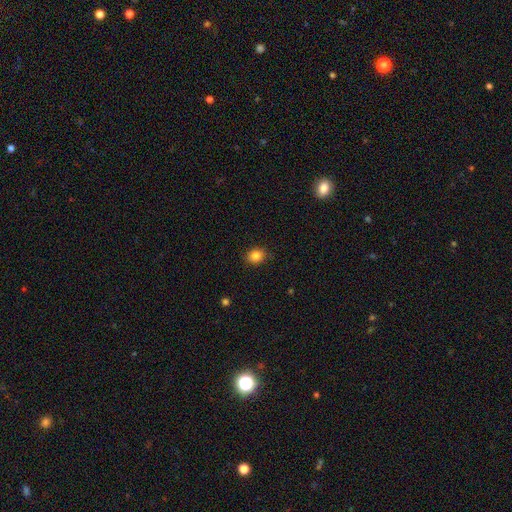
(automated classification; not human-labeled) Smooth or featured? smooth (85%)
How rounded? round (65%)
Merging? none (86%)